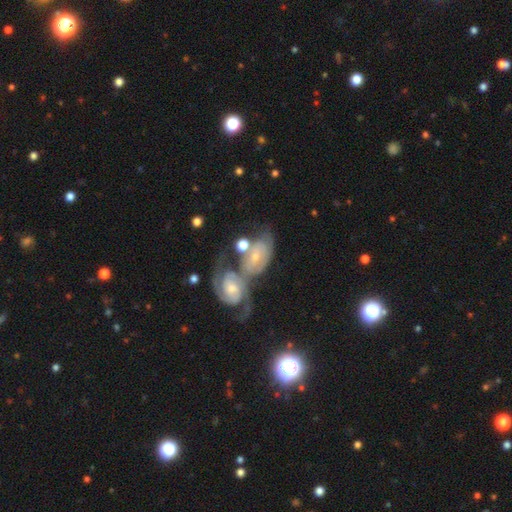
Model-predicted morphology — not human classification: type=featured or disk (71%); edge-on=no (95%); bar=no (53%); spiral arms=yes (88%); winding=tight (44%); arm count=2 (60%); bulge=small (59%); merging=merger (61%).